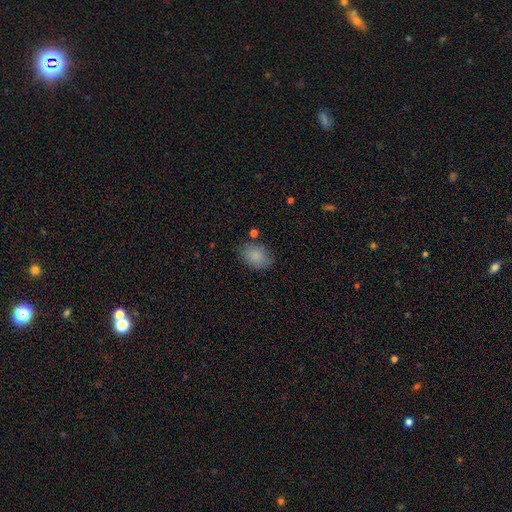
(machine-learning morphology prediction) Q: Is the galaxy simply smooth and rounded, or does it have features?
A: smooth — 86%.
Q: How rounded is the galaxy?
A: in between — 75%.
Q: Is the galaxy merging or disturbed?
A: none — 75%.